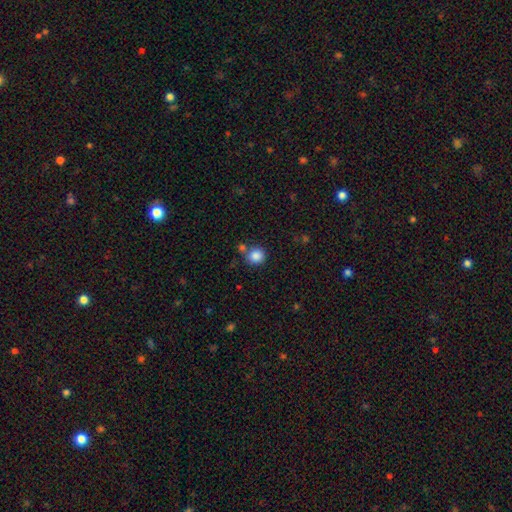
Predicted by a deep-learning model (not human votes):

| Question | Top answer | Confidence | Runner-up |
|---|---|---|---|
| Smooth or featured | smooth | 86% | star or artifact (10%) |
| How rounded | round | 88% | in between (11%) |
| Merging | none | 72% | merger (15%) |